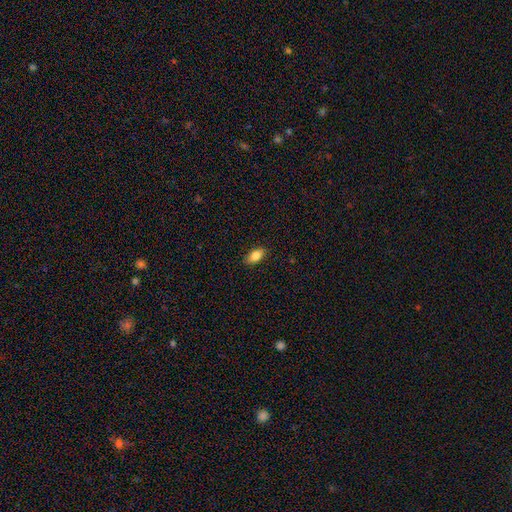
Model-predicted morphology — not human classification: This appears to be a smooth galaxy with no disk features (84%) that is in between round and cigar-shaped (89%). Merging: none (88%).